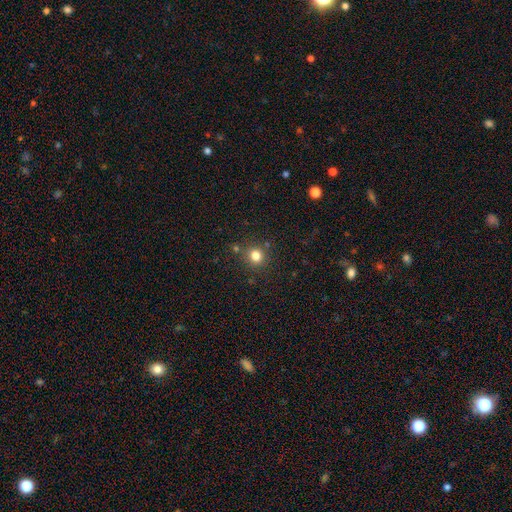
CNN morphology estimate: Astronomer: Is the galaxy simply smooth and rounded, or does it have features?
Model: smooth — 80%.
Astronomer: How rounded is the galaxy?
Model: round — 90%.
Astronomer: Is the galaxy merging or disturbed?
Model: none — 84%.